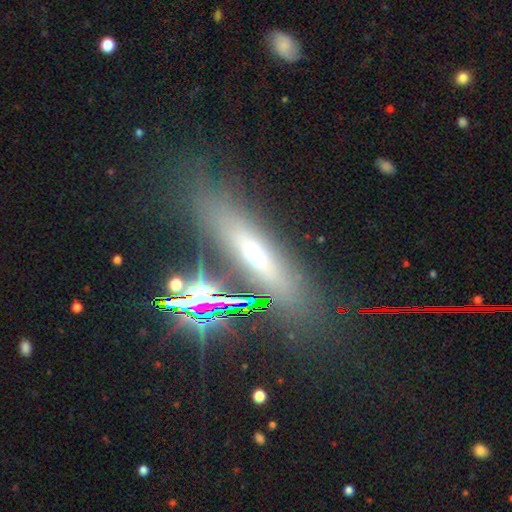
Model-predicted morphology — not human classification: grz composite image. It shows a smooth galaxy with no disk features (41%). Merging: none (72%).